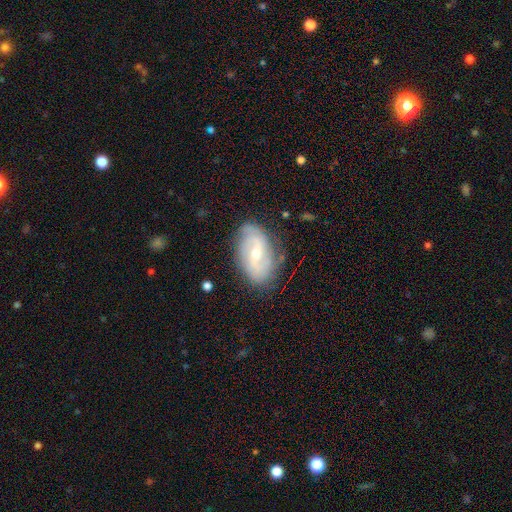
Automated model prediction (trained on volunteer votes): smooth_or_featured: featured or disk (p=0.75) [alt: smooth p=0.18]
disk_edge_on: no (p=0.95) [alt: yes p=0.05]
bar: weak (p=0.52) [alt: no p=0.26]
has_spiral_arms: yes (p=0.90) [alt: no p=0.10]
spiral_winding: medium (p=0.39) [alt: tight p=0.32]
spiral_arm_count: 2 (p=0.63) [alt: can't tell p=0.20]
bulge_size: small (p=0.52) [alt: moderate p=0.45]
merging: none (p=0.76) [alt: minor disturbance p=0.18]